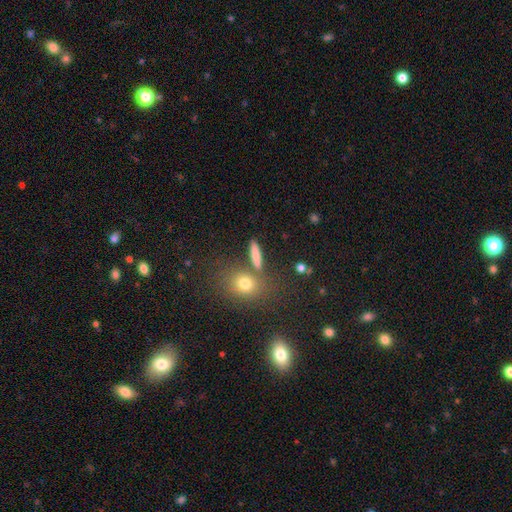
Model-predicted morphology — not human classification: Smooth or featured?
  - smooth: 75% *
  - featured or disk: 13%
  - star or artifact: 11%
How rounded?
  - cigar-shaped: 58% *
  - in between: 27%
  - round: 15%
Merging?
  - none: 76% *
  - minor disturbance: 10%
  - merger: 9%
  - major disturbance: 4%